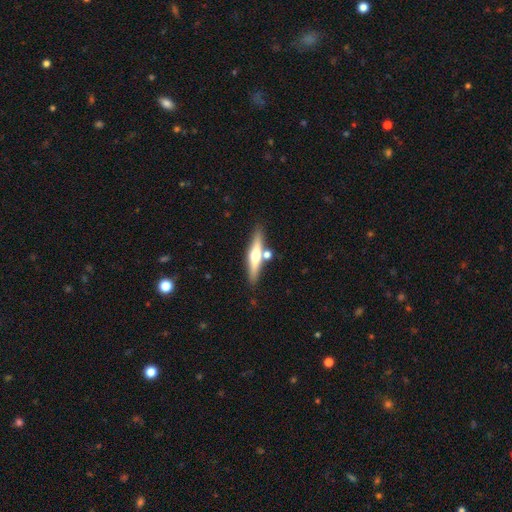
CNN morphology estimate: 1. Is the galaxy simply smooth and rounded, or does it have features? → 59% featured or disk, 35% smooth, 6% star or artifact.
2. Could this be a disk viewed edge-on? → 95% yes, 5% no.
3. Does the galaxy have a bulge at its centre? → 94% rounded, 4% none, 3% boxy.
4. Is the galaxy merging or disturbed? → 77% none, 12% merger, 9% minor disturbance, 2% major disturbance.